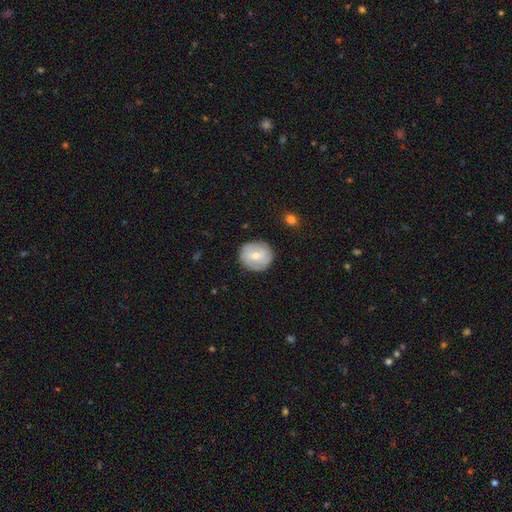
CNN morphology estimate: Q: Smooth or featured?
A: smooth (56%); runner-up: featured or disk (37%)
Q: How rounded?
A: round (87%); runner-up: in between (12%)
Q: Merging?
A: none (85%); runner-up: minor disturbance (11%)